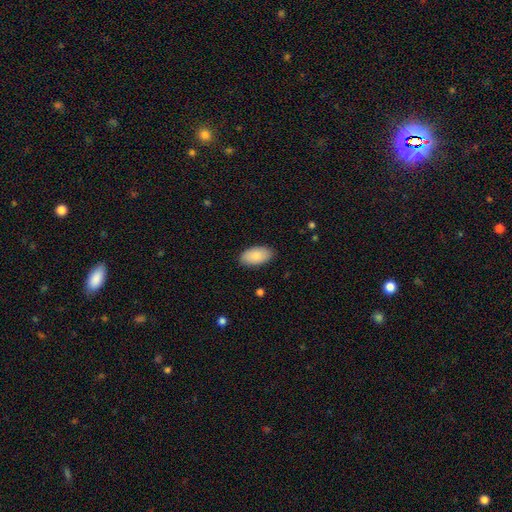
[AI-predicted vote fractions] smooth 86%, featured or disk 8%, star or artifact 6%. Down the decision tree: how rounded — in between (95%); merging — none (87%).